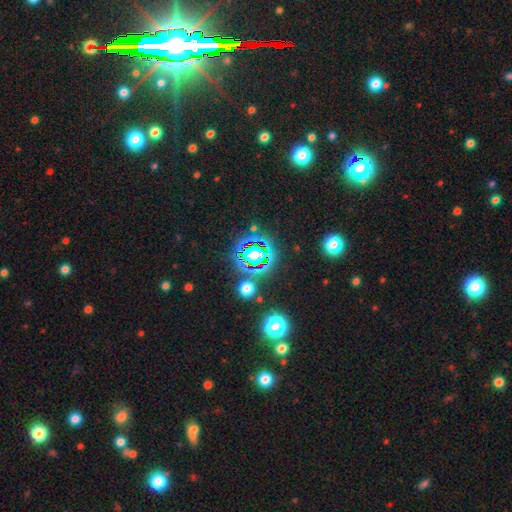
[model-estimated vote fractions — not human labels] smooth-or-featured: star or artifact: 64% | smooth: 25% | featured or disk: 11%